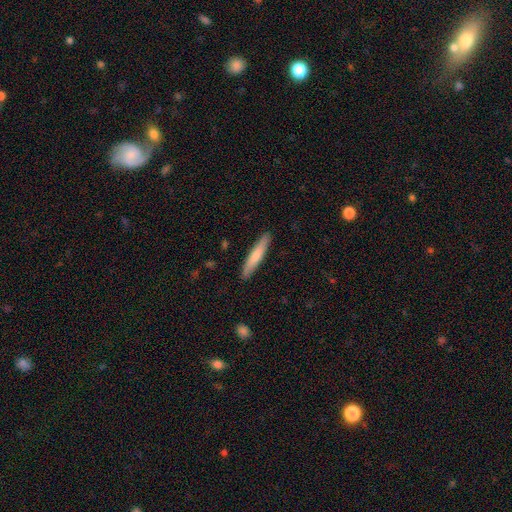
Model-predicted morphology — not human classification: smooth 71%, featured or disk 24%, star or artifact 5%. Down the decision tree: how rounded — cigar-shaped (92%); merging — none (90%).